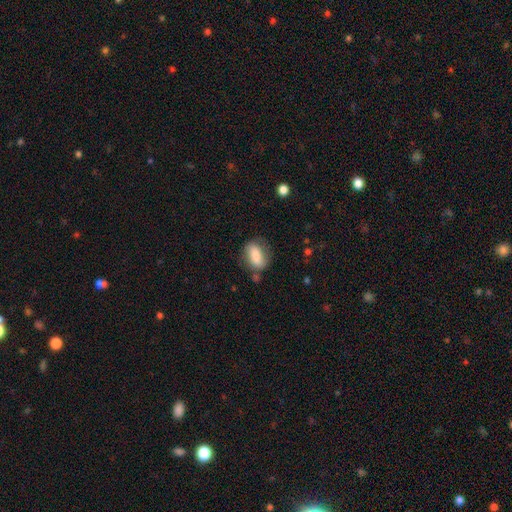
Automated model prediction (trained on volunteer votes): Smooth or featured? smooth (77%)
How rounded? in between (83%)
Merging? none (61%)